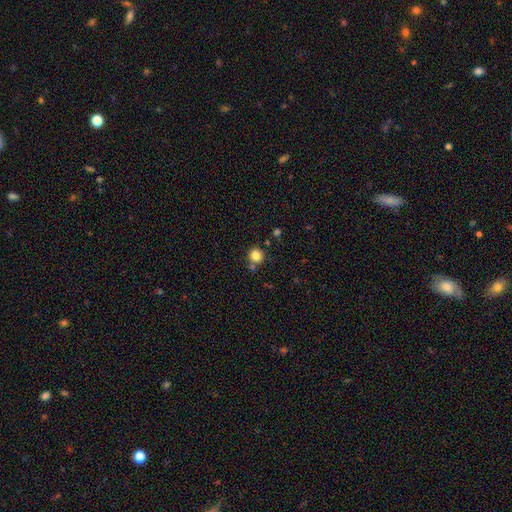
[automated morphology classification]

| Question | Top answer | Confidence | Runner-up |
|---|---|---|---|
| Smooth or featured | smooth | 83% | star or artifact (12%) |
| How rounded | round | 92% | in between (7%) |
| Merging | none | 76% | merger (12%) |